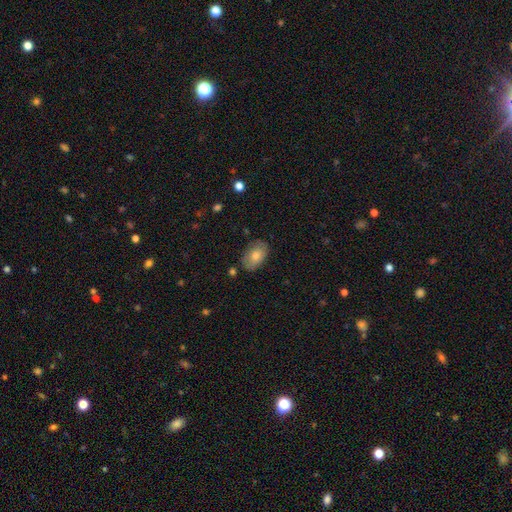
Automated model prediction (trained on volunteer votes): Smooth or featured? Predicted: smooth (p=0.60). How rounded? Predicted: in between (p=0.89). Merging? Predicted: none (p=0.79).